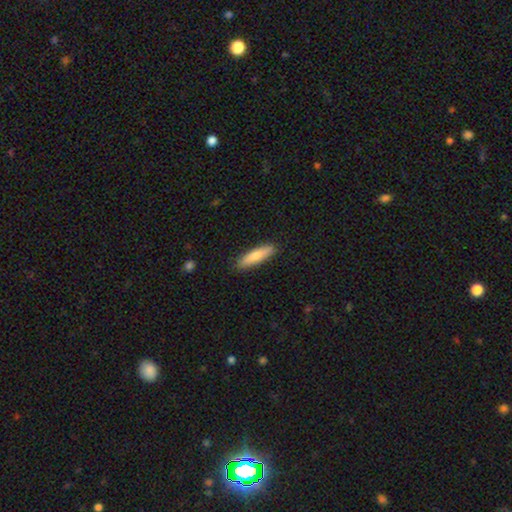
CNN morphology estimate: Smooth or featured? Predicted: smooth (p=0.75). How rounded? Predicted: cigar-shaped (p=0.76). Merging? Predicted: none (p=0.88).